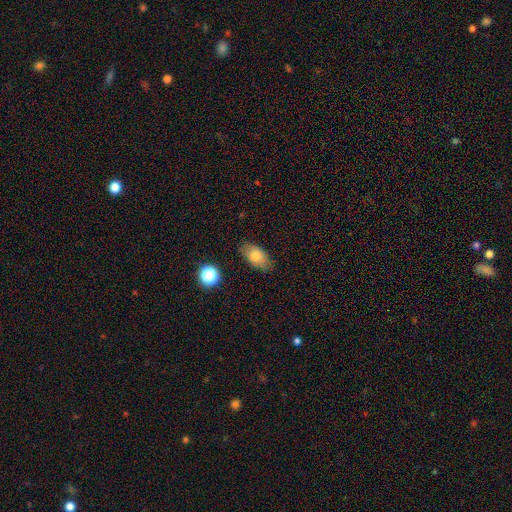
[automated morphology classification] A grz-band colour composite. It shows a smooth galaxy with no disk features (78%) that is in between round and cigar-shaped (90%). Merging: none (82%).